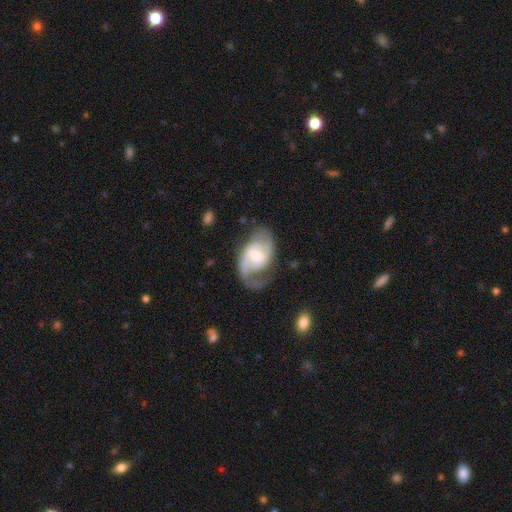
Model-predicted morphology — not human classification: The model was most divided on "spiral winding": medium: 45%, loose: 41%, tight: 14%. More confident: edge-on disk — no (97%); spiral arms — yes (92%); smooth or featured — featured or disk (80%); spiral arm count — 2 (73%); bar — weak (54%); bulge size — moderate (54%); merging — none (51%).